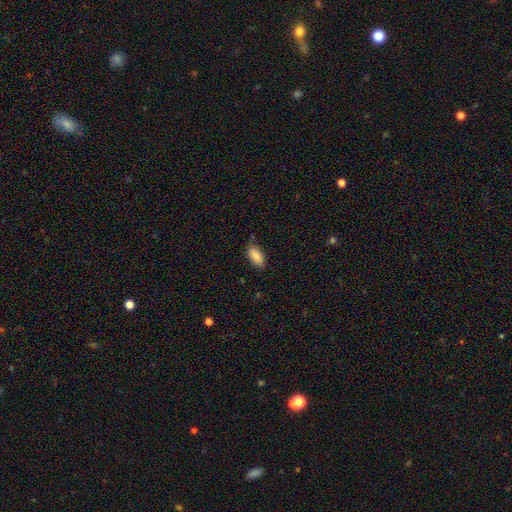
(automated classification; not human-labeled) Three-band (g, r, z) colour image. It shows a smooth galaxy with no disk features (85%) that is in between round and cigar-shaped (91%). Merging: none (84%).